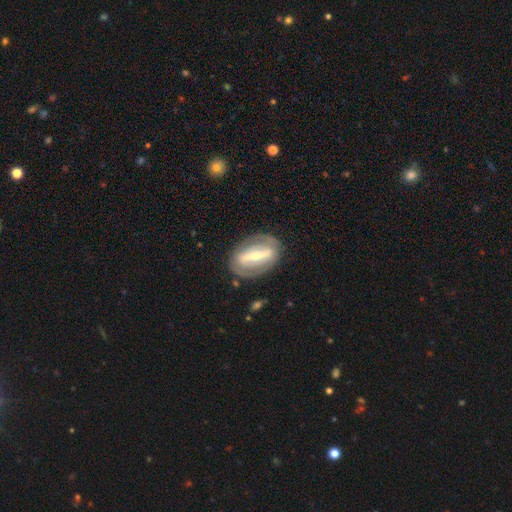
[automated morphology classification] The model was most divided on "bulge size": small: 47%, moderate: 46%, large: 5%, none: 2%, dominant: 1%. More confident: edge-on disk — no (82%); merging — none (80%); bar — strong (78%); smooth or featured — featured or disk (75%); spiral arms — no (56%).